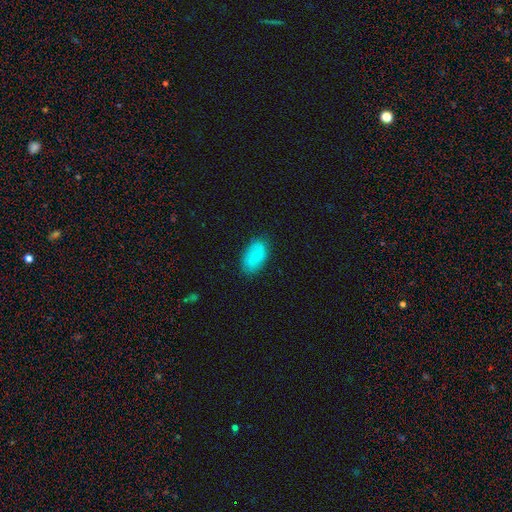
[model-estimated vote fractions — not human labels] Morphology: type=smooth (68%); roundness=in between (92%); merging=none (78%).